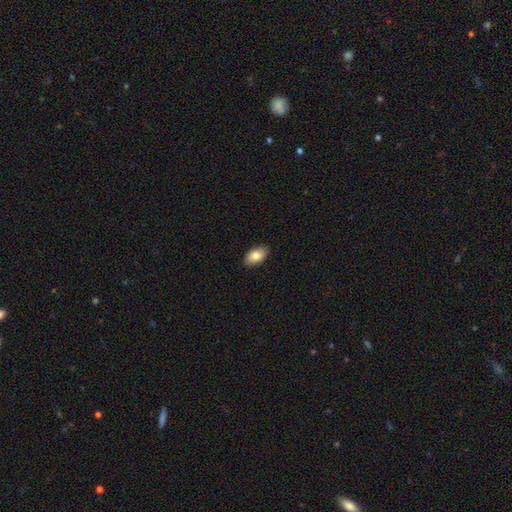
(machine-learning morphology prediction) A smooth galaxy with no disk features (82%) that is in between round and cigar-shaped (93%). Merging: none (89%).